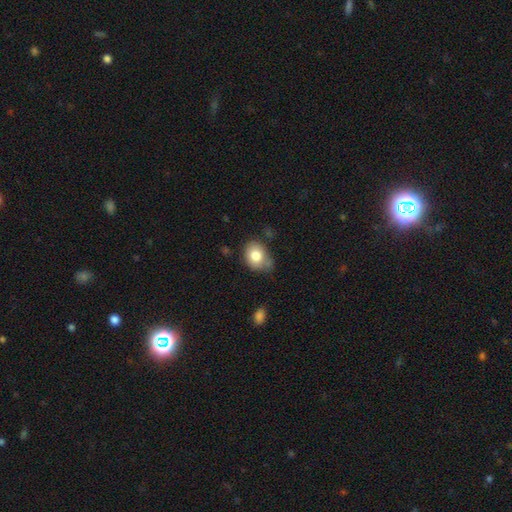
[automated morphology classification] smooth_or_featured: smooth (p=0.80) [alt: featured or disk p=0.12]
how_rounded: in between (p=0.60) [alt: round p=0.39]
merging: none (p=0.58) [alt: minor disturbance p=0.30]